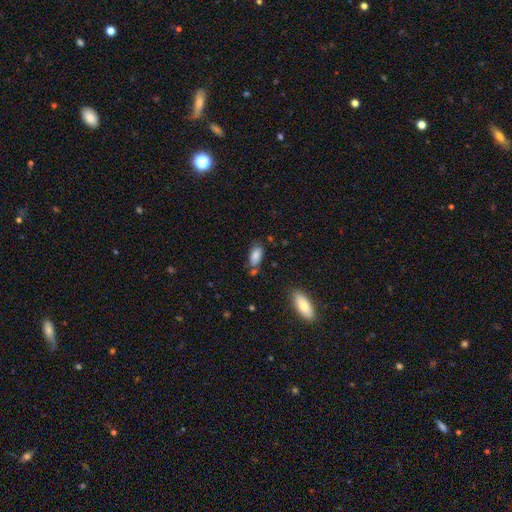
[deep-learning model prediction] Overall: smooth (83%). How rounded: in between (89%). Merging: none (66%).